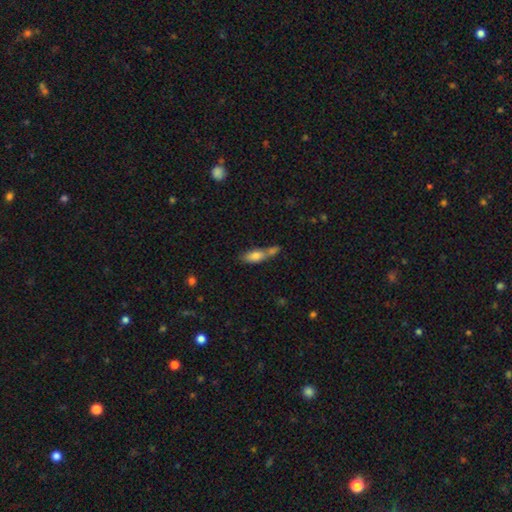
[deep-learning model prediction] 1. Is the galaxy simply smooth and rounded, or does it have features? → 76% smooth, 17% featured or disk, 8% star or artifact.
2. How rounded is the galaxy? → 68% in between, 28% cigar-shaped, 4% round.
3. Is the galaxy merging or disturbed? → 48% merger, 32% none, 14% minor disturbance, 6% major disturbance.